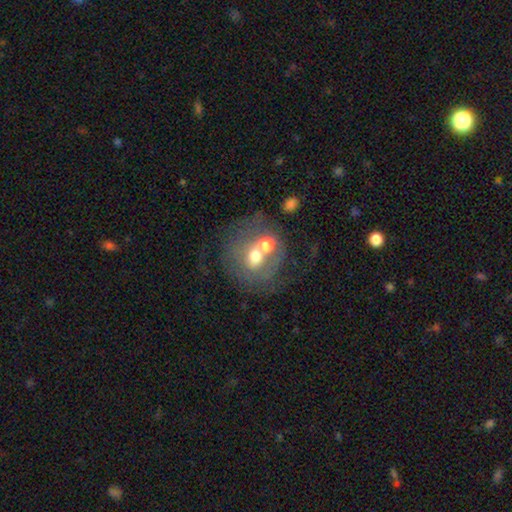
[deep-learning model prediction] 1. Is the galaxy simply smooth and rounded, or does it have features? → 48% smooth, 39% featured or disk, 12% star or artifact.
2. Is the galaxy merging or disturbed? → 56% merger, 24% none, 10% major disturbance, 9% minor disturbance.